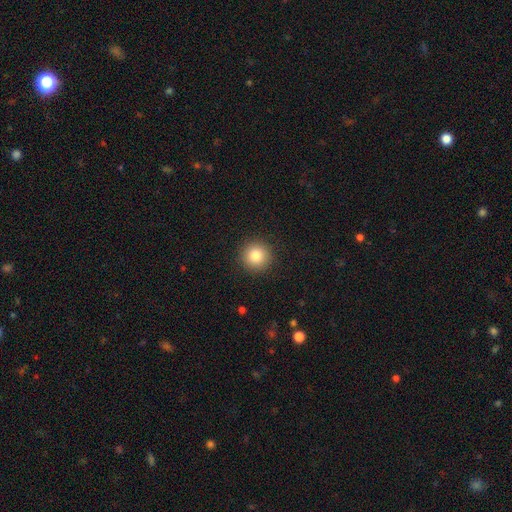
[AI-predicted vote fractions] Smooth or featured: smooth — 83% (star or artifact — 10%)
How rounded: round — 95% (in between — 4%)
Merging: none — 92% (minor disturbance — 5%)